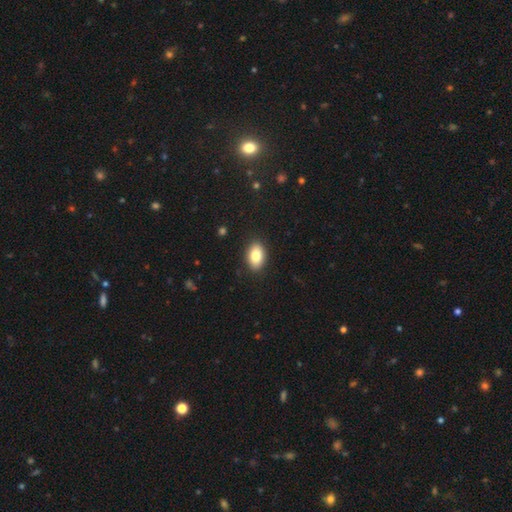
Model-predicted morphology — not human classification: type=smooth (82%); roundness=in between (89%); merging=none (89%).